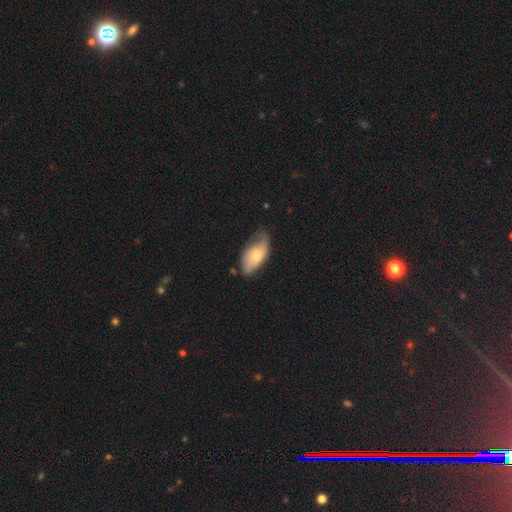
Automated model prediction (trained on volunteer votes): smooth-or-featured: smooth: 51% | featured or disk: 43% | star or artifact: 6%
  how-rounded: in between: 91% | cigar-shaped: 6% | round: 4%
  merging: none: 44% | minor disturbance: 38% | major disturbance: 16% | merger: 3%